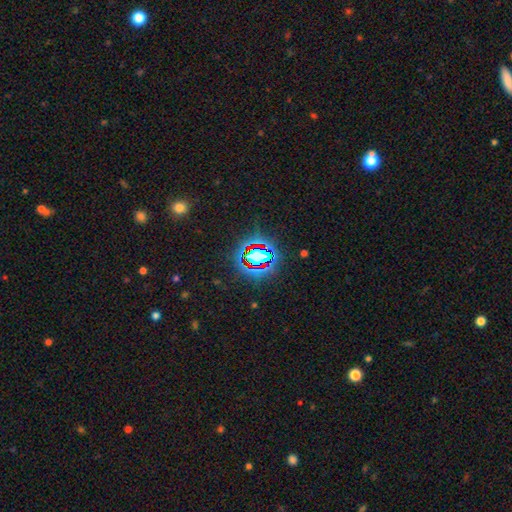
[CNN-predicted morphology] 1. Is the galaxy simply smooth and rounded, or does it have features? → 70% star or artifact, 19% smooth, 11% featured or disk.